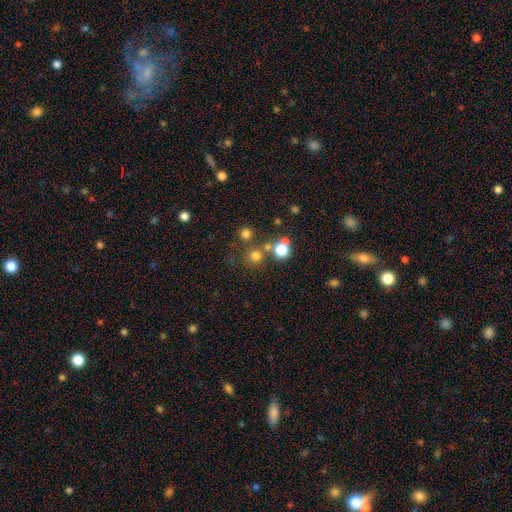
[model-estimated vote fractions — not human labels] This appears to be a smooth galaxy with no disk features (70%) that is round (92%). Merging: none (69%).